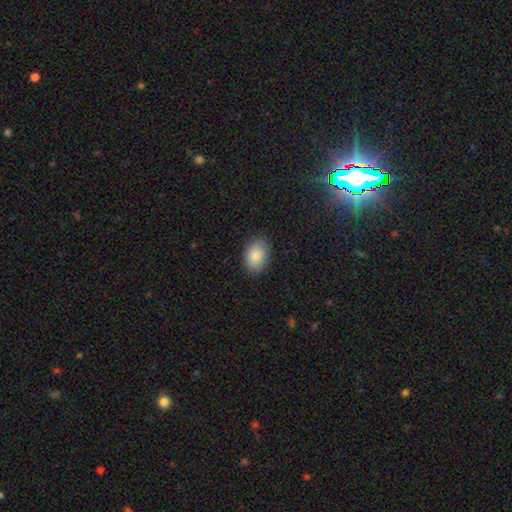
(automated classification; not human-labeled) Smooth or featured? Predicted: smooth (p=0.87). How rounded? Predicted: in between (p=0.82). Merging? Predicted: none (p=0.87).